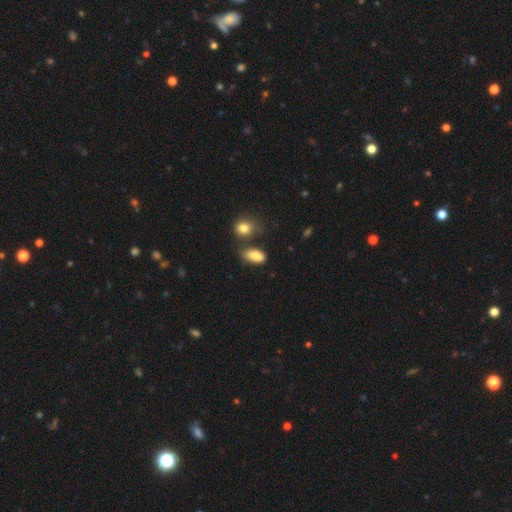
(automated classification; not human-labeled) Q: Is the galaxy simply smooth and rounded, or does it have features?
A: smooth — 85%.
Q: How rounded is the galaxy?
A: in between — 88%.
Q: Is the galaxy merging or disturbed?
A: none — 59%.